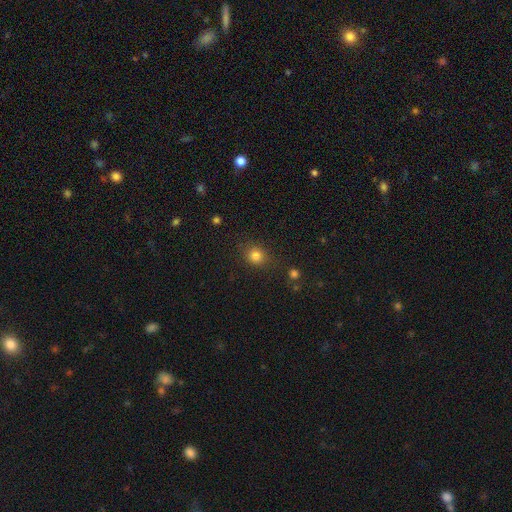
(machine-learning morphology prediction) Smooth or featured?
  - smooth: 82% *
  - star or artifact: 13%
  - featured or disk: 6%
How rounded?
  - round: 78% *
  - in between: 21%
  - cigar-shaped: 1%
Merging?
  - none: 82% *
  - minor disturbance: 11%
  - major disturbance: 4%
  - merger: 3%